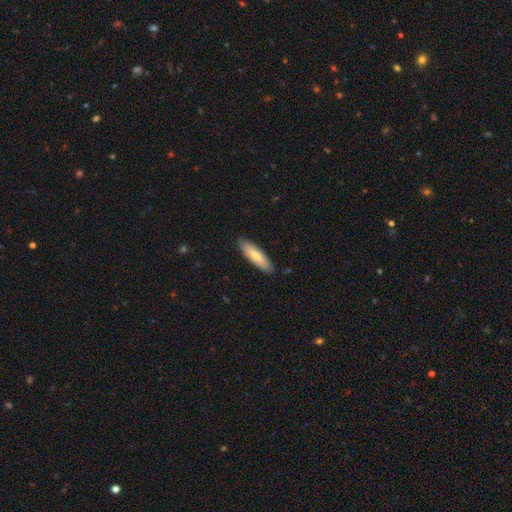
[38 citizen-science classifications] Morphology: type=smooth (71%); roundness=in between (63%); merging=none (91%).